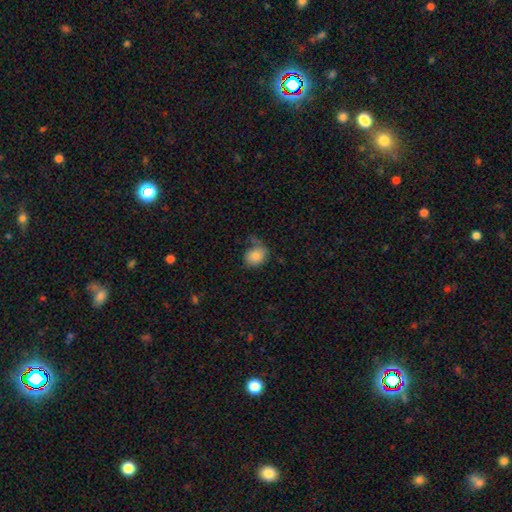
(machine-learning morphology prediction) type=smooth (82%); roundness=in between (54%); merging=none (55%).